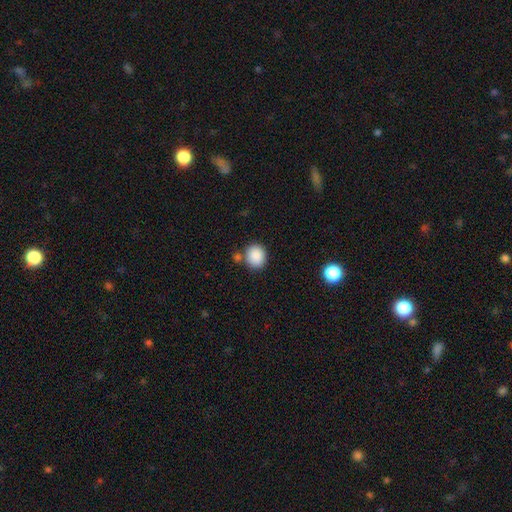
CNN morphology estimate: type=smooth (88%); roundness=round (76%); merging=none (73%).